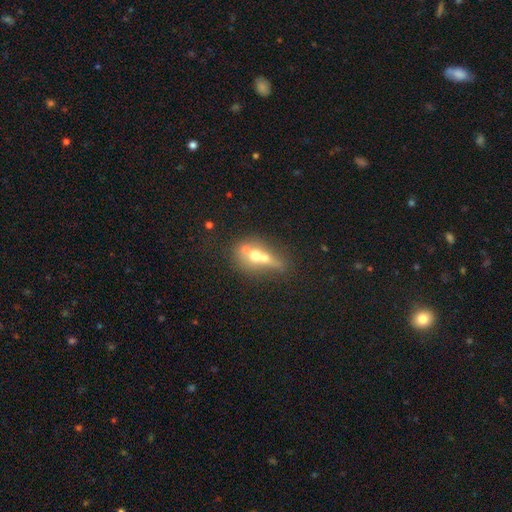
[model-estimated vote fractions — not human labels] Smooth or featured?
  - smooth: 54% *
  - featured or disk: 34%
  - star or artifact: 12%
How rounded?
  - round: 64% *
  - in between: 32%
  - cigar-shaped: 4%
Merging?
  - merger: 66% *
  - none: 21%
  - minor disturbance: 7%
  - major disturbance: 5%